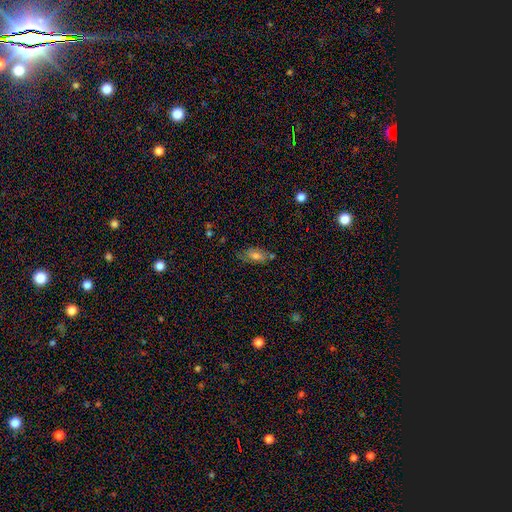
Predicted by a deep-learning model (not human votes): Smooth or featured? Predicted: smooth (p=0.68). How rounded? Predicted: in between (p=0.83). Merging? Predicted: none (p=0.60).